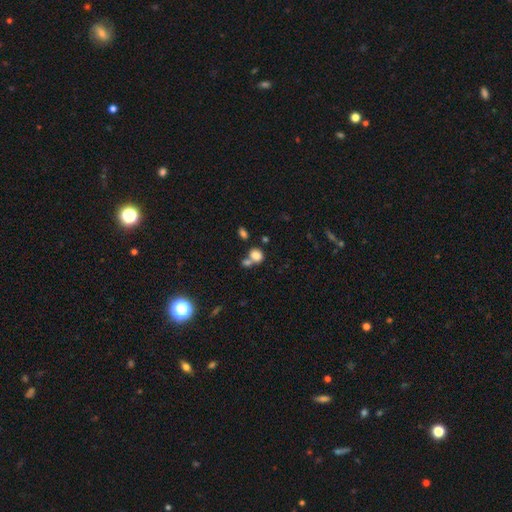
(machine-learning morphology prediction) A smooth galaxy with no disk features (81%) that is in between round and cigar-shaped (49%, tied with round). Merging: merger (47%).